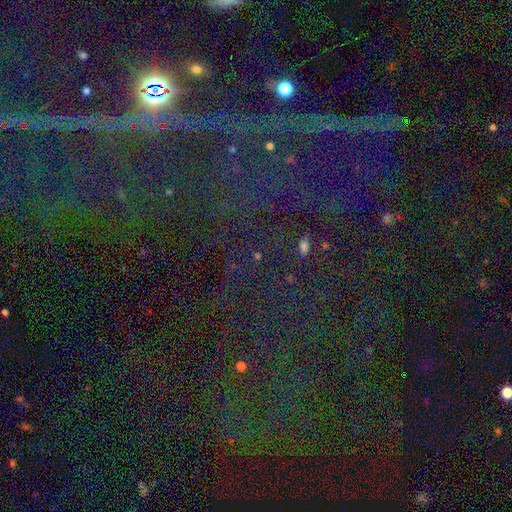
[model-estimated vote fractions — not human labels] The model was most divided on "smooth or featured": star or artifact: 81%, smooth: 10%, featured or disk: 9%.